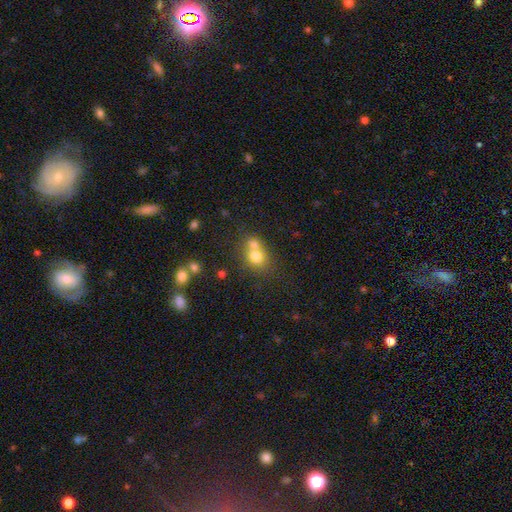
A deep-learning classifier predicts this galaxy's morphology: smooth_or_featured: smooth (p=0.73) [alt: featured or disk p=0.15]
how_rounded: round (p=0.68) [alt: in between p=0.31]
merging: merger (p=0.53) [alt: none p=0.35]